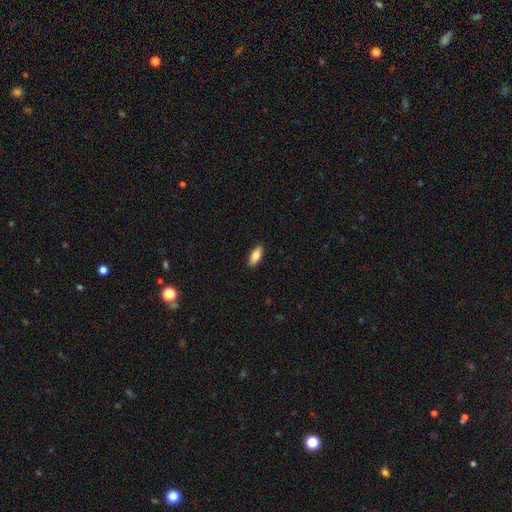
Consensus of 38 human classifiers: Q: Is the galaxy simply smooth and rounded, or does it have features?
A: smooth — 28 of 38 (74%).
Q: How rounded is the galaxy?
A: in between — 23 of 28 (82%).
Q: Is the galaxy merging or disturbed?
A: none — 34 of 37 (92%).